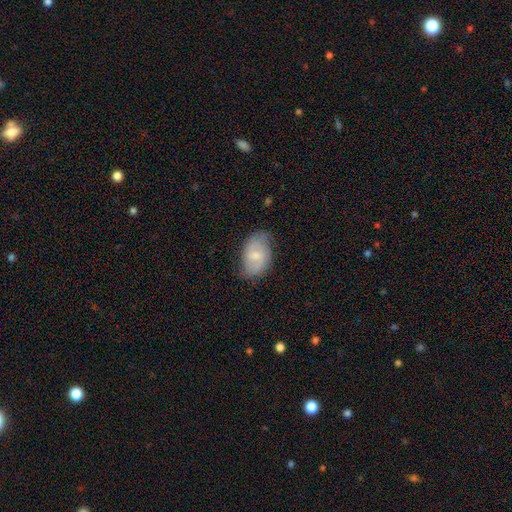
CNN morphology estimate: The model was most divided on "smooth or featured": featured or disk: 53%, smooth: 40%, star or artifact: 7%. More confident: edge-on disk — no (96%); spiral arms — yes (84%); merging — none (71%); bulge size — small (59%); bar — weak (52%).